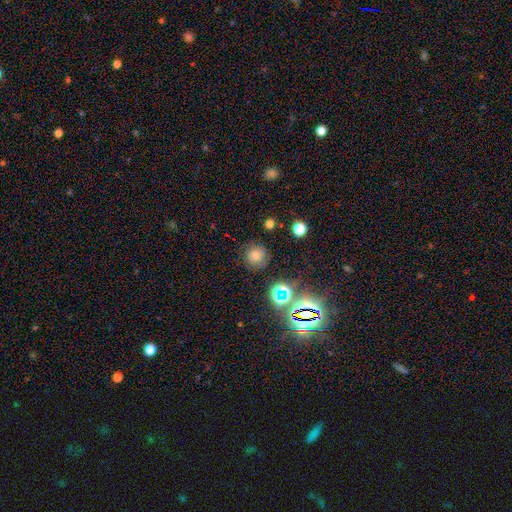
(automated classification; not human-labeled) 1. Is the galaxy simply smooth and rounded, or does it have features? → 61% smooth, 23% star or artifact, 16% featured or disk.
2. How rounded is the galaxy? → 91% round, 8% in between, 1% cigar-shaped.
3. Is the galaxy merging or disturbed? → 78% none, 13% minor disturbance, 6% major disturbance, 3% merger.